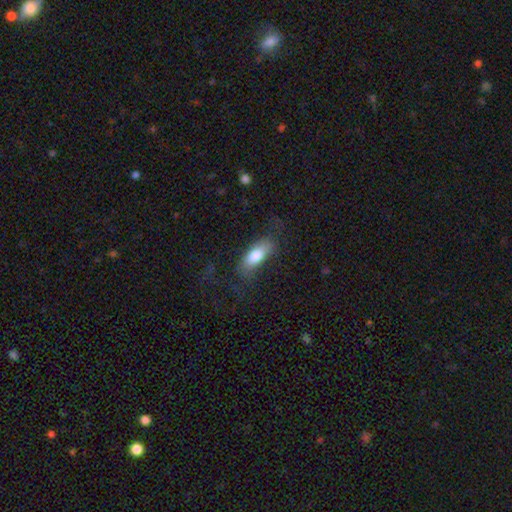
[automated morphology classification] A smooth galaxy with no disk features (77%) that is in between round and cigar-shaped (76%). Merging: none (67%).